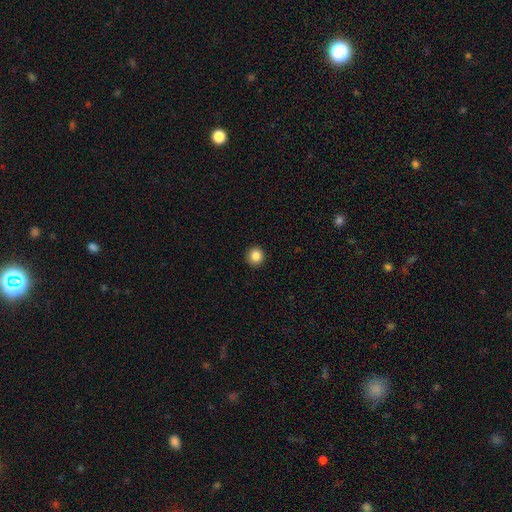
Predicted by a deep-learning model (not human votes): smooth 86%, star or artifact 10%, featured or disk 4%. Down the decision tree: how rounded — round (94%); merging — none (93%).